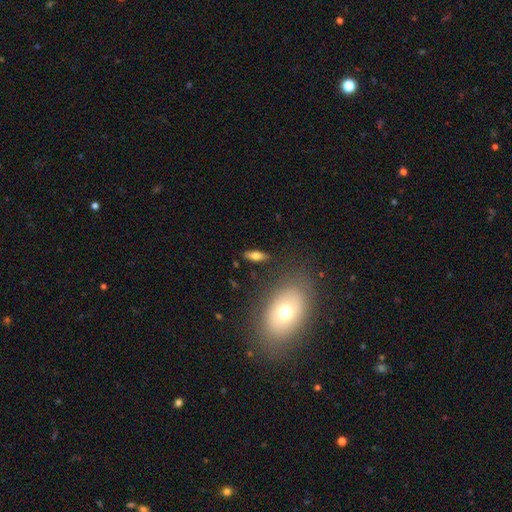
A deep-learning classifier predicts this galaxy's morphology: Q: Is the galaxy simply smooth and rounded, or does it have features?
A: smooth — 64%.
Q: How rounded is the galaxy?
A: in between — 65%.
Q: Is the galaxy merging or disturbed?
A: none — 83%.